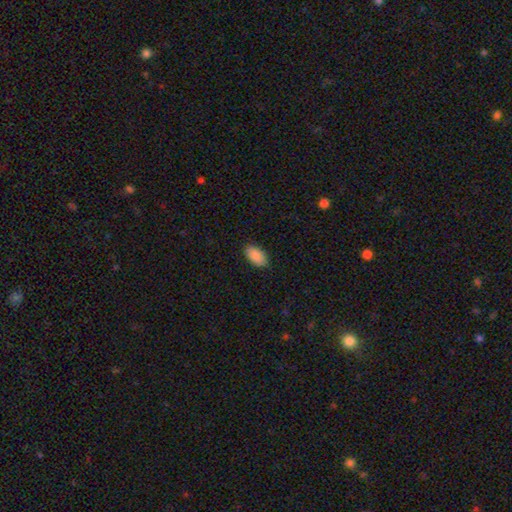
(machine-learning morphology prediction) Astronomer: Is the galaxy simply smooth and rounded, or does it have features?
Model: smooth — 89%.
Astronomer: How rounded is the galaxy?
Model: in between — 95%.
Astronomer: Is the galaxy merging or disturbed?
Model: none — 87%.